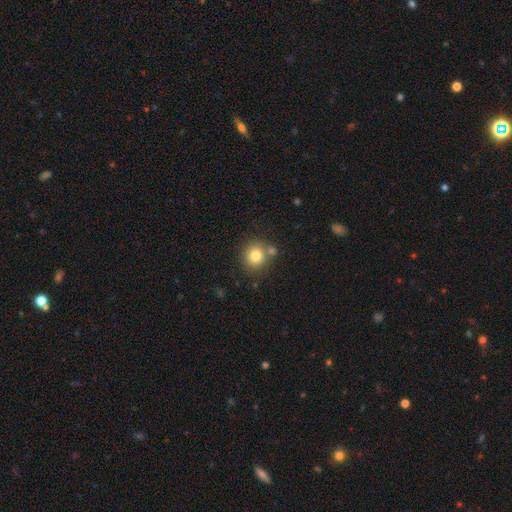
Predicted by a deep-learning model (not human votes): Smooth or featured?
  - smooth: 79% *
  - star or artifact: 12%
  - featured or disk: 10%
How rounded?
  - round: 88% *
  - in between: 11%
  - cigar-shaped: 1%
Merging?
  - none: 69% *
  - merger: 17%
  - minor disturbance: 11%
  - major disturbance: 3%